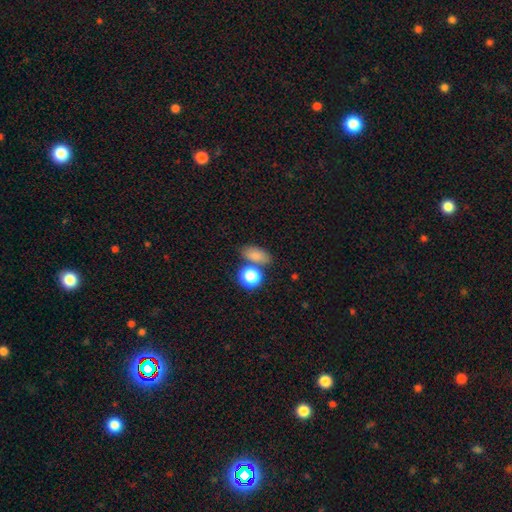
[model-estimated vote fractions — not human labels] smooth 79%, star or artifact 13%, featured or disk 8%. Down the decision tree: how rounded — in between (75%); merging — none (64%).